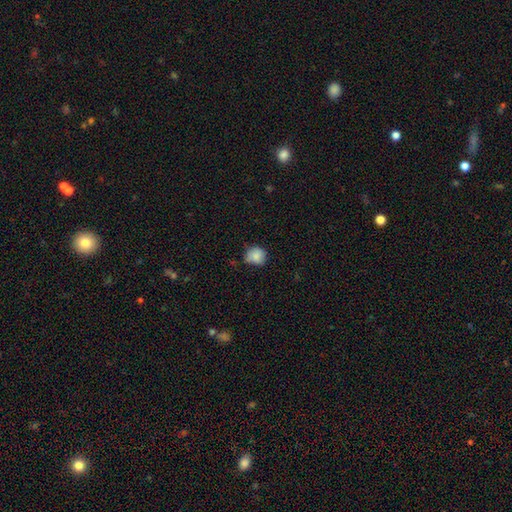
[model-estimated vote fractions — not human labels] Q: Smooth or featured?
A: smooth (84%); runner-up: star or artifact (9%)
Q: How rounded?
A: round (80%); runner-up: in between (19%)
Q: Merging?
A: none (64%); runner-up: minor disturbance (28%)